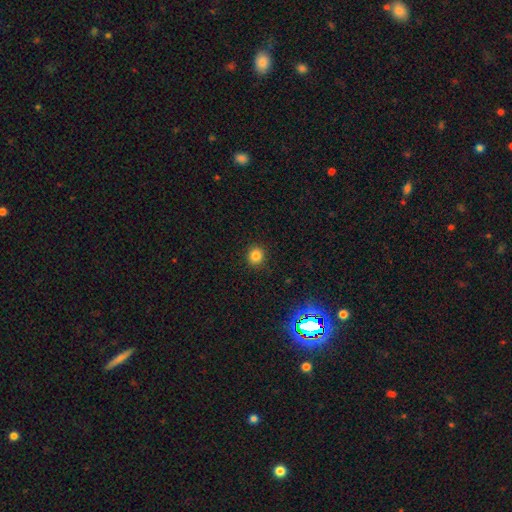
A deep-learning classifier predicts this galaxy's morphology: A smooth galaxy with no disk features (81%) that is round (87%). Merging: none (91%).